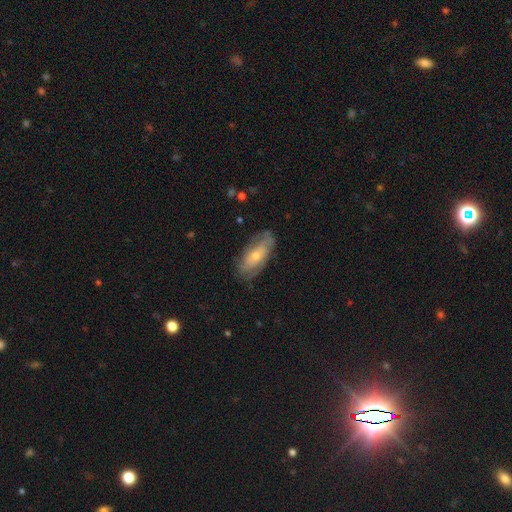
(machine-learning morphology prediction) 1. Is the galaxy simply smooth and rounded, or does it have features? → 54% featured or disk, 39% smooth, 8% star or artifact.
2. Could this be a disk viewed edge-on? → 81% no, 19% yes.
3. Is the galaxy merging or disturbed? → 74% none, 19% minor disturbance, 6% major disturbance, 1% merger.